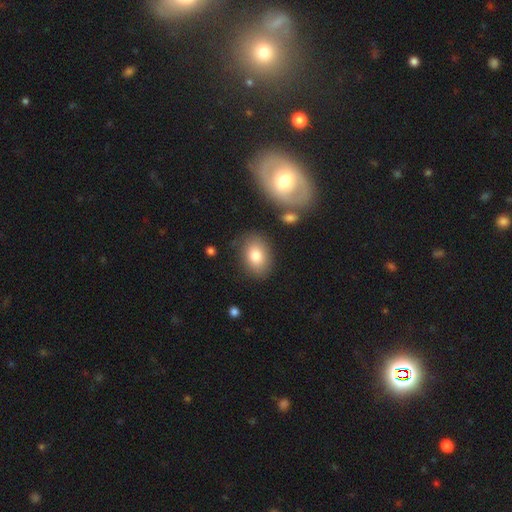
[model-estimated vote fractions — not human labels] This appears to be a smooth galaxy with no disk features (81%) that is in between round and cigar-shaped (78%). Merging: none (80%).